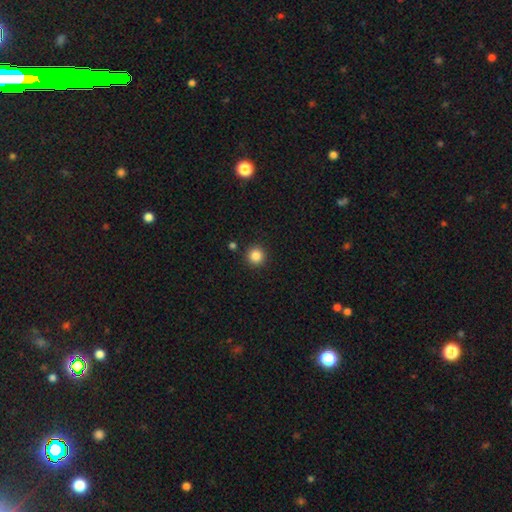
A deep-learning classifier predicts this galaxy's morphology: A smooth galaxy with no disk features (86%) that is round (95%). Merging: none (91%).